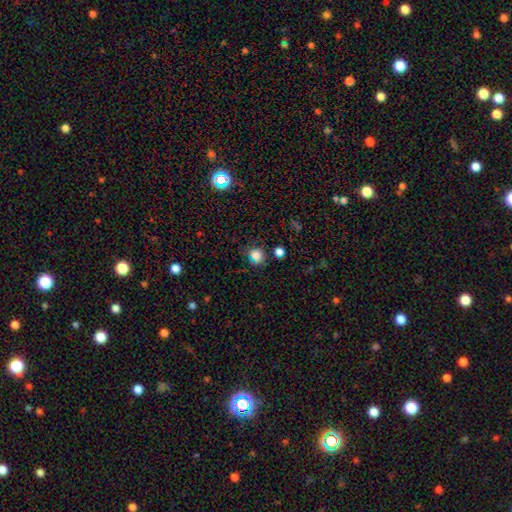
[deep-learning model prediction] This is likely a smooth galaxy (76%). How rounded: clearly round (84%). Merging: likely none (77%).